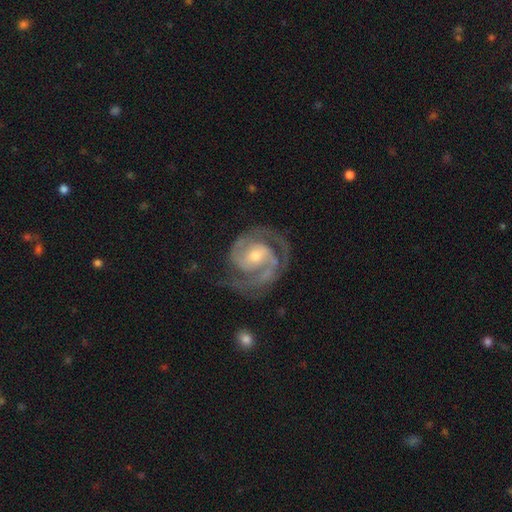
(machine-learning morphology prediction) The model was most divided on "bar": no: 42%, weak: 41%, strong: 17%. More confident: spiral arms — yes (98%); edge-on disk — no (98%); smooth or featured — featured or disk (93%); spiral arm count — 2 (84%); merging — none (74%); bulge size — moderate (53%); spiral winding — tight (52%).